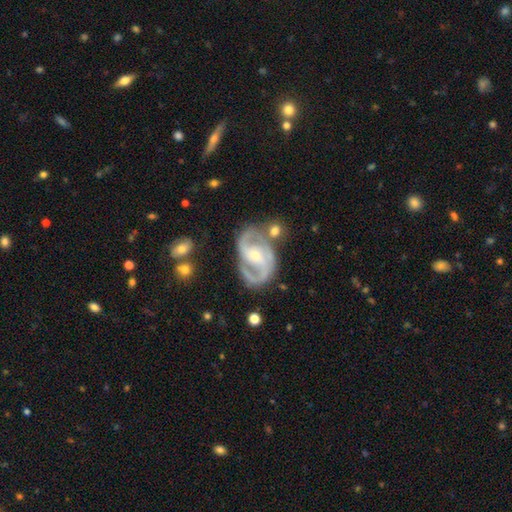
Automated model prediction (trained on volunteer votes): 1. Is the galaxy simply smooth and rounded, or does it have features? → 89% featured or disk, 6% smooth, 5% star or artifact.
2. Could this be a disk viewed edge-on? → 97% no, 3% yes.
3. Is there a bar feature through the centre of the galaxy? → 38% weak, 31% no, 31% strong.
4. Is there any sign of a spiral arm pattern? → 96% yes, 4% no.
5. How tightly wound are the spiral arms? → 56% medium, 30% tight, 14% loose.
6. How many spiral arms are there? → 88% 2, 4% can't tell, 4% 3, 2% 1, 1% 4, 1% more than 4.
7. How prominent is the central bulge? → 60% small, 36% moderate, 2% large, 1% none, 1% dominant.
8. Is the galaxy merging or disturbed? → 68% none, 17% minor disturbance, 8% major disturbance, 7% merger.